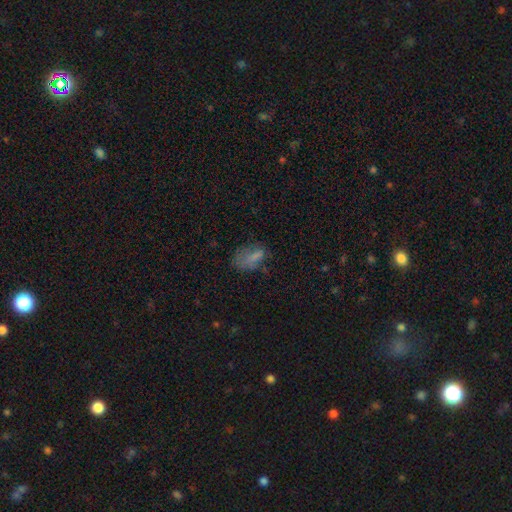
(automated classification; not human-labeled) Overall: smooth (65%). How rounded: in between (82%). Merging: none (42%; major disturbance 27%).